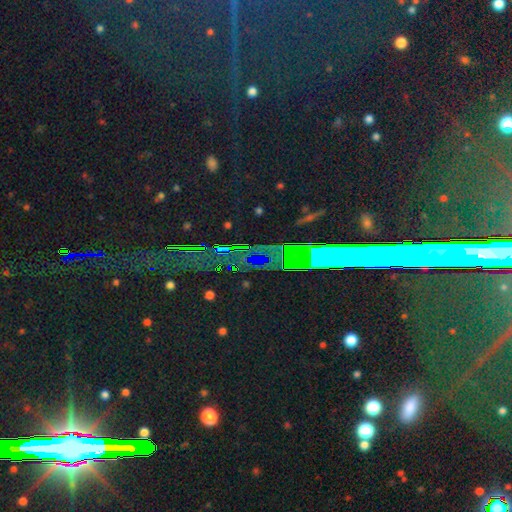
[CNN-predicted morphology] Smooth or featured? star or artifact (86%)